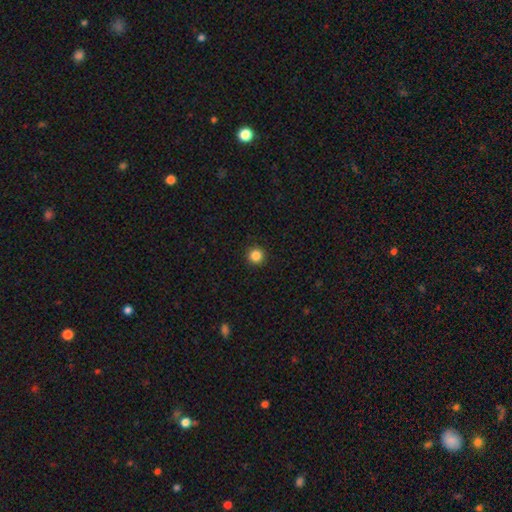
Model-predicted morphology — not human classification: type=smooth (85%); roundness=round (96%); merging=none (93%).